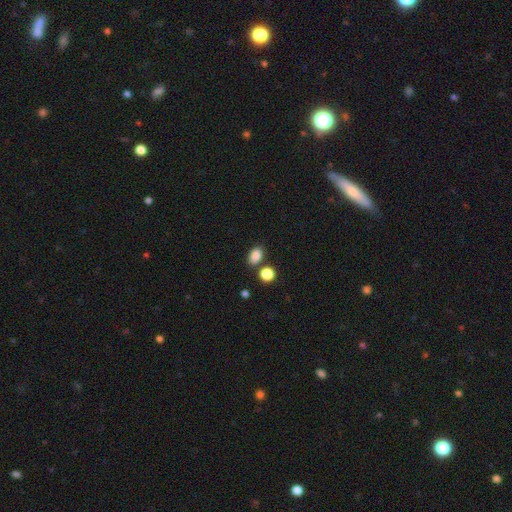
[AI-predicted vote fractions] Morphology: type=smooth (85%); roundness=in between (80%); merging=none (73%).